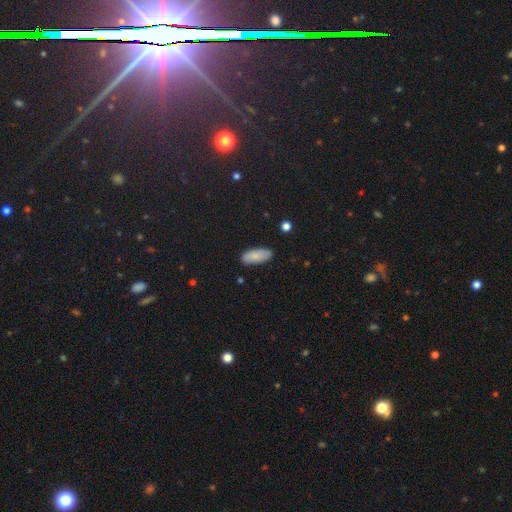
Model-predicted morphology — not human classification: smooth-or-featured: smooth: 83% | featured or disk: 10% | star or artifact: 7%
  how-rounded: in between: 81% | cigar-shaped: 17% | round: 2%
  merging: none: 83% | minor disturbance: 13% | major disturbance: 2% | merger: 2%